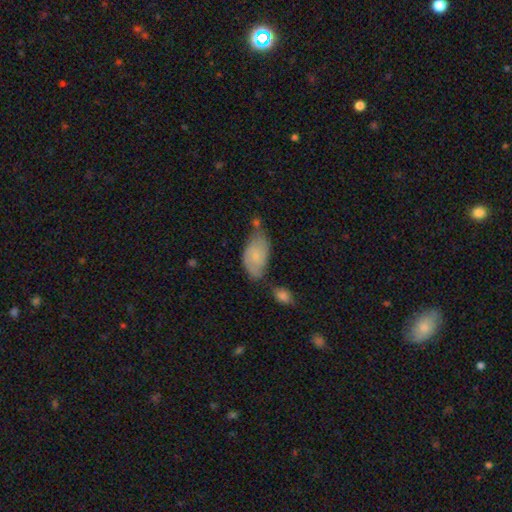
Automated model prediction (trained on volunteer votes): Smooth or featured? Predicted: smooth (p=0.47). Merging? Predicted: none (p=0.48).